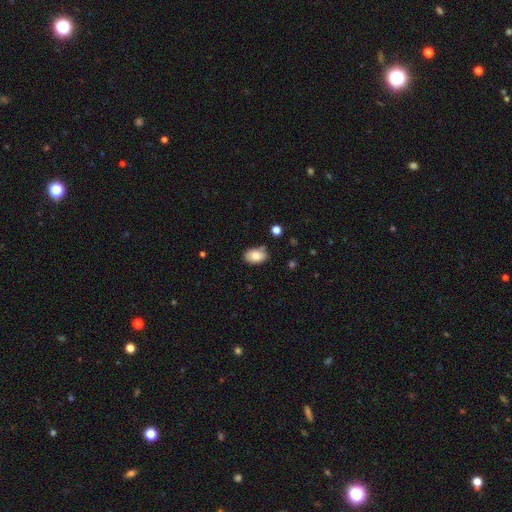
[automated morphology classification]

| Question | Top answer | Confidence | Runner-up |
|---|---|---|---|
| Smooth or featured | smooth | 80% | featured or disk (13%) |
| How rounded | in between | 89% | round (9%) |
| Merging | none | 72% | minor disturbance (20%) |